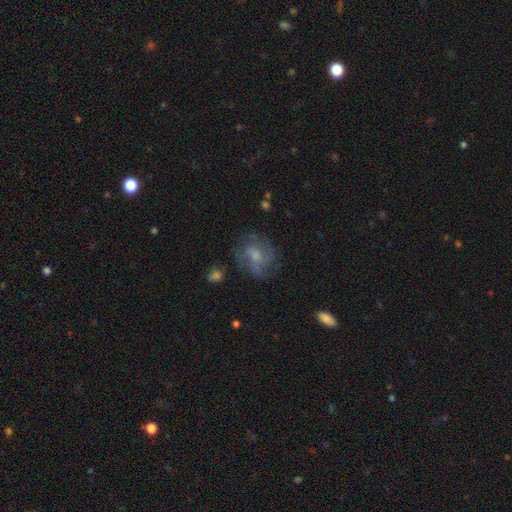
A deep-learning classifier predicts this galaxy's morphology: This appears to be a featured or disk galaxy (52%) with no bar (64%), spiral arms (72%) and a moderate central bulge (47%). Merging: none (63%).